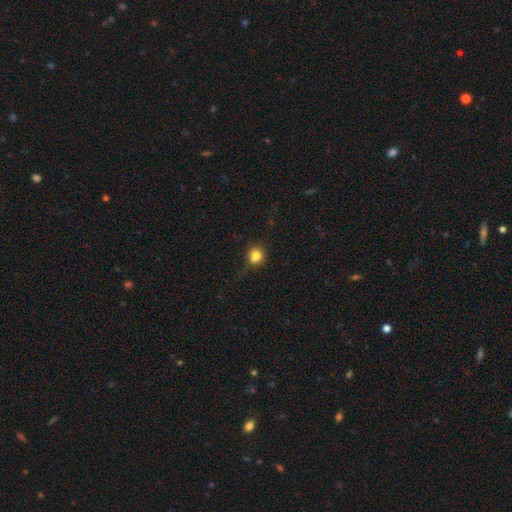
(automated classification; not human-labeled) Smooth or featured?
  - smooth: 81% *
  - star or artifact: 13%
  - featured or disk: 7%
How rounded?
  - round: 85% *
  - in between: 14%
  - cigar-shaped: 1%
Merging?
  - none: 71% *
  - minor disturbance: 20%
  - major disturbance: 6%
  - merger: 3%